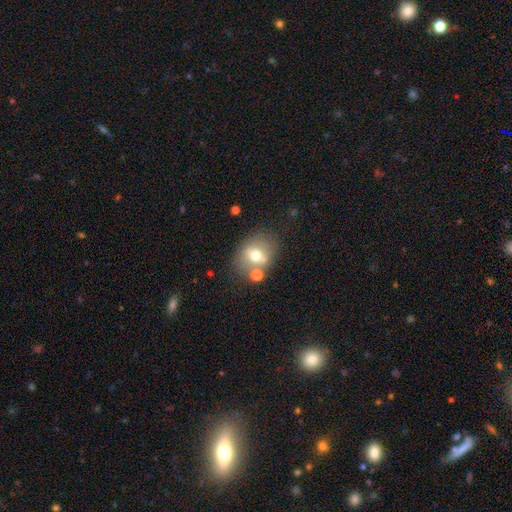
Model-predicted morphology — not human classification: Q: Smooth or featured?
A: smooth (58%); runner-up: featured or disk (31%)
Q: How rounded?
A: in between (51%); runner-up: round (48%)
Q: Merging?
A: none (64%); runner-up: minor disturbance (15%)